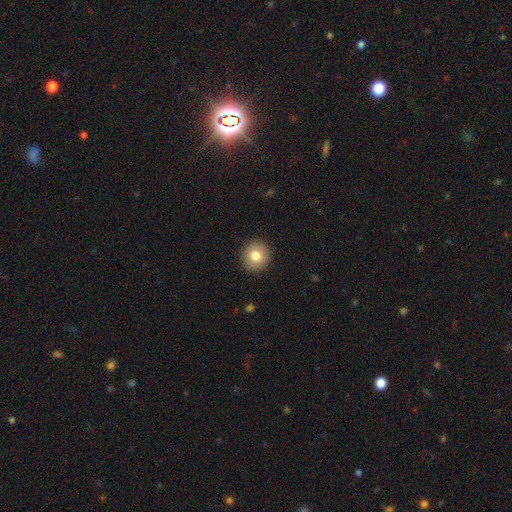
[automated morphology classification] The model was most divided on "smooth or featured": smooth: 79%, featured or disk: 12%, star or artifact: 9%. More confident: merging — none (92%); how rounded — round (90%).